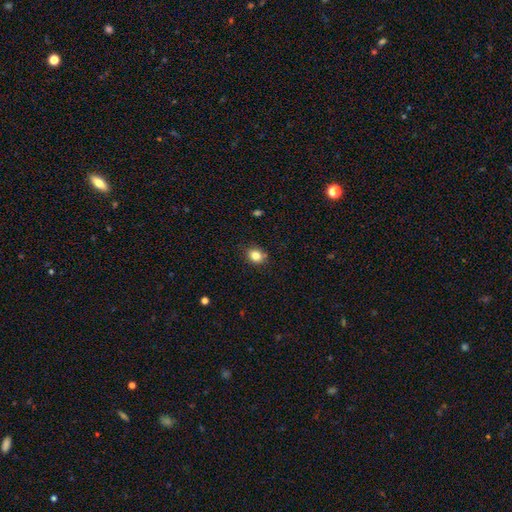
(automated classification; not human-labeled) Smooth or featured: smooth — 83% (star or artifact — 11%)
How rounded: round — 57% (in between — 42%)
Merging: none — 82% (minor disturbance — 12%)